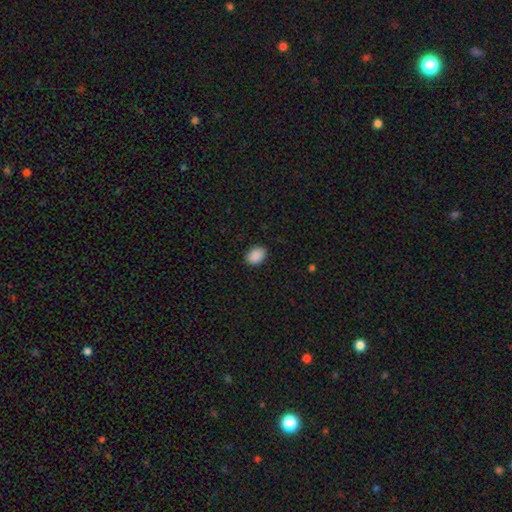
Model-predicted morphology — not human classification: The model was most divided on "how rounded": in between: 78%, round: 21%, cigar-shaped: 1%. More confident: smooth or featured — smooth (90%); merging — none (88%).